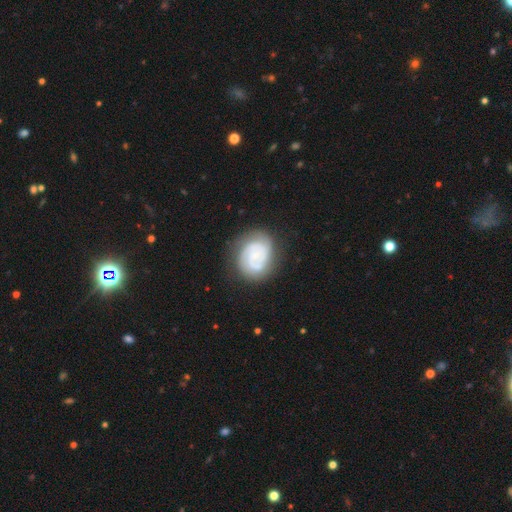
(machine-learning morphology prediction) Q: Smooth or featured?
A: featured or disk (78%); runner-up: smooth (16%)
Q: Edge-on disk?
A: no (98%); runner-up: yes (2%)
Q: Bar?
A: no (67%); runner-up: weak (28%)
Q: Spiral arms?
A: yes (94%); runner-up: no (6%)
Q: Spiral winding?
A: tight (62%); runner-up: medium (30%)
Q: Spiral arm count?
A: 2 (49%); runner-up: can't tell (19%)
Q: Bulge size?
A: small (70%); runner-up: moderate (18%)
Q: Merging?
A: none (75%); runner-up: minor disturbance (16%)